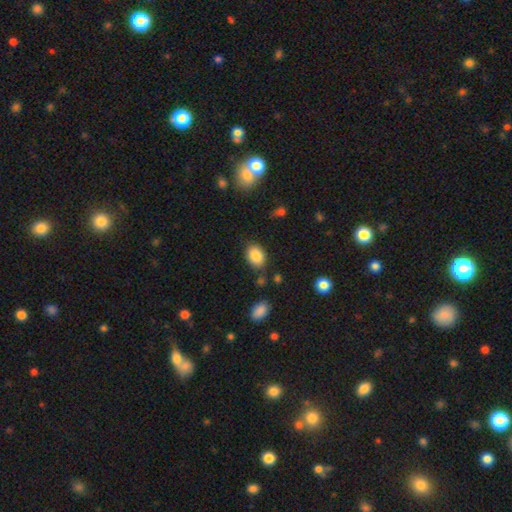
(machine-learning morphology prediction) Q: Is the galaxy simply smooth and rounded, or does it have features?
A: smooth — 86%.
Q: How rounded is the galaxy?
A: in between — 75%.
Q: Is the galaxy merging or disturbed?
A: none — 79%.